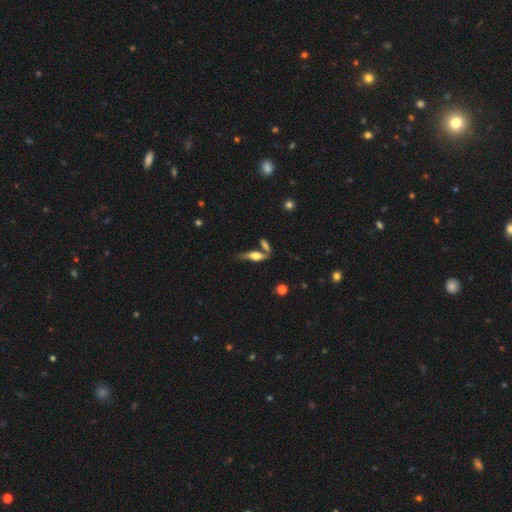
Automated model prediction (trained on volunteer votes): Smooth or featured? Predicted: featured or disk (p=0.49). Merging? Predicted: none (p=0.50).